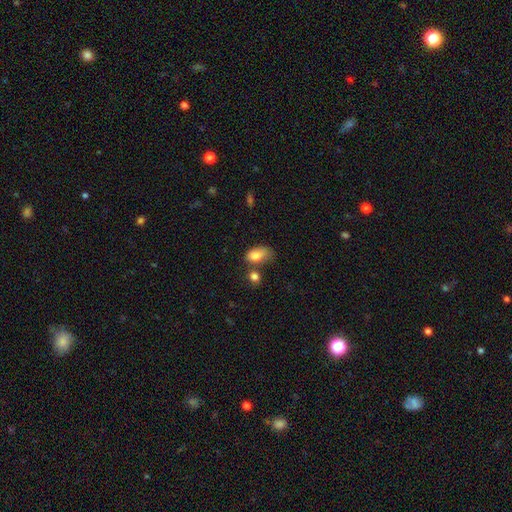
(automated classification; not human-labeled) A smooth galaxy with no disk features (80%) that is in between round and cigar-shaped (86%). Merging: minor disturbance (31%).